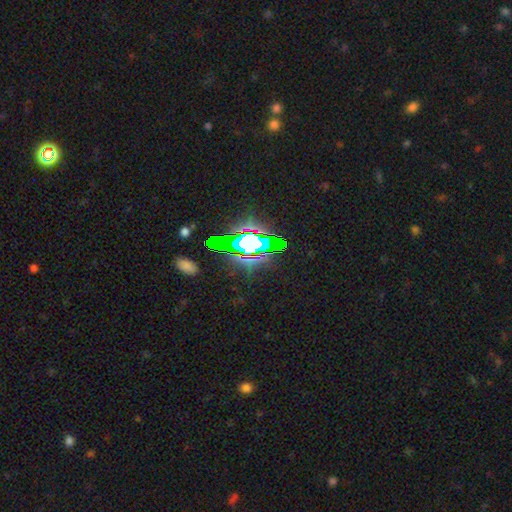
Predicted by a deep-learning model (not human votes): Q: Smooth or featured?
A: star or artifact (74%); runner-up: featured or disk (14%)